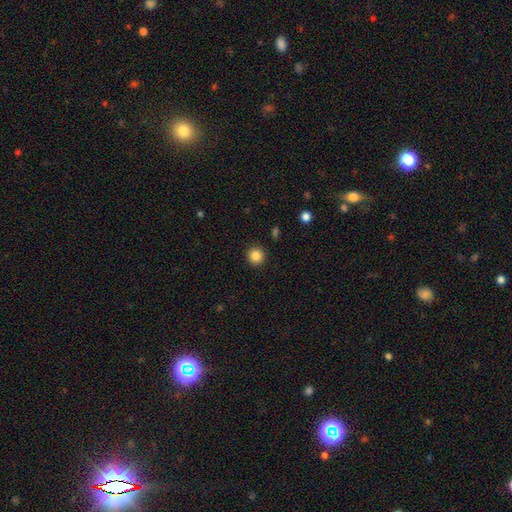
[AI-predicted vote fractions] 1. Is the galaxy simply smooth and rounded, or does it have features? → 86% smooth, 11% star or artifact, 4% featured or disk.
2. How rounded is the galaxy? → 95% round, 5% in between, 1% cigar-shaped.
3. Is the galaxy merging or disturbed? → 92% none, 5% minor disturbance, 2% major disturbance, 1% merger.